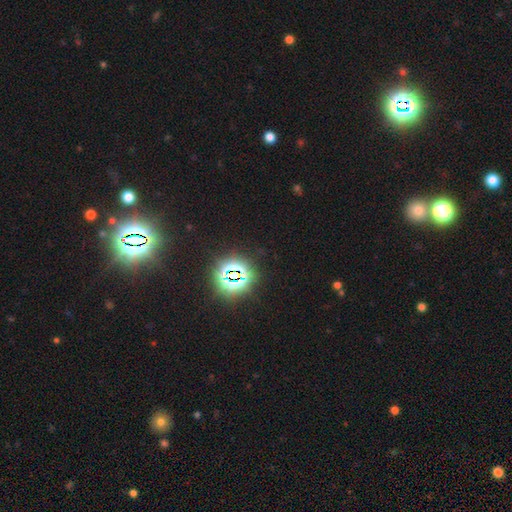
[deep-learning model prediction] star or artifact 80%, smooth 13%, featured or disk 7%.